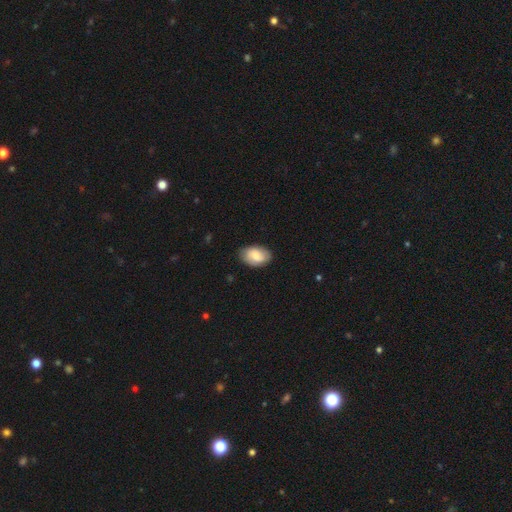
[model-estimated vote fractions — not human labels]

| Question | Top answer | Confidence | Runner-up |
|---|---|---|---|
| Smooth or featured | smooth | 76% | featured or disk (17%) |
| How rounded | in between | 91% | round (8%) |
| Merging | none | 81% | minor disturbance (15%) |